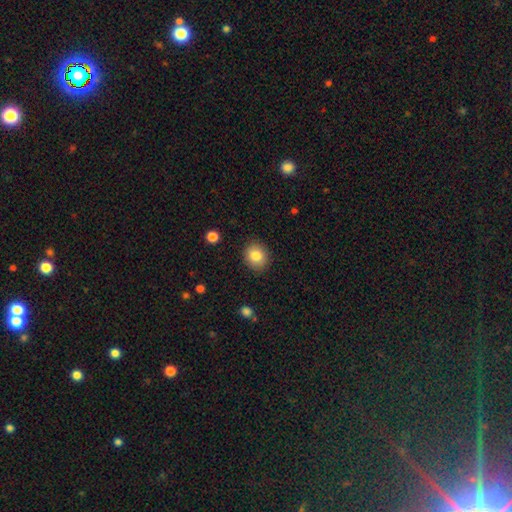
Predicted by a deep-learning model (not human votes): smooth-or-featured: smooth: 83% | star or artifact: 9% | featured or disk: 8%
  how-rounded: round: 72% | in between: 28% | cigar-shaped: 1%
  merging: none: 89% | minor disturbance: 8% | major disturbance: 2% | merger: 1%